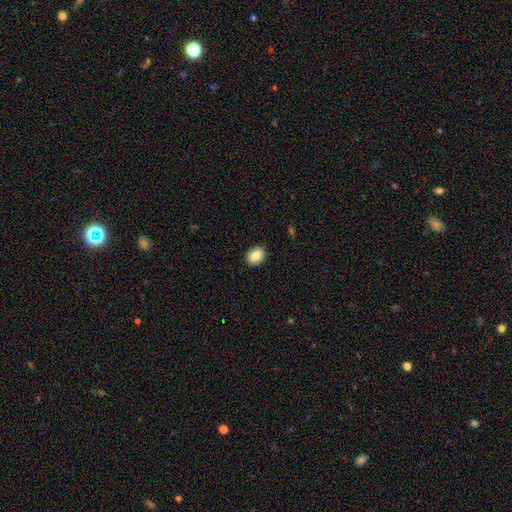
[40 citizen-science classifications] This appears to be a smooth galaxy with no disk features (75%) that is round (53%). Merging: none (92%).